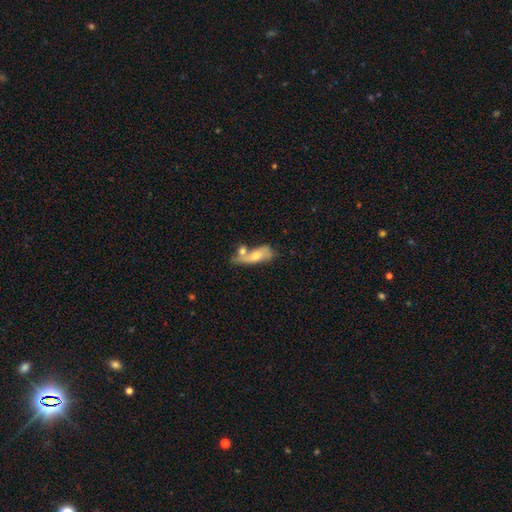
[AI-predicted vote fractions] Smooth or featured? Predicted: smooth (p=0.58). How rounded? Predicted: in between (p=0.65). Merging? Predicted: merger (p=0.43).